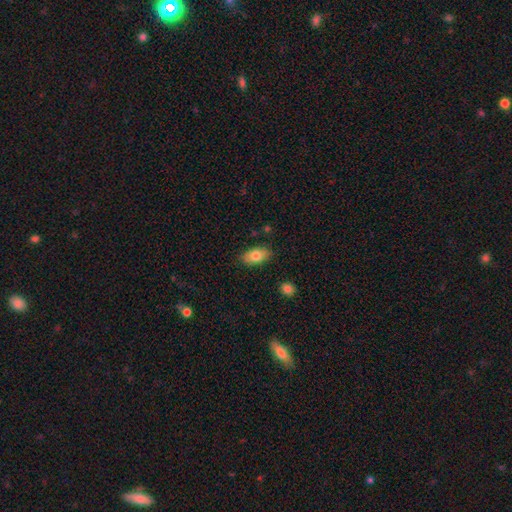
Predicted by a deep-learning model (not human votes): A smooth galaxy with no disk features (80%) that is in between round and cigar-shaped (92%). Merging: none (85%).